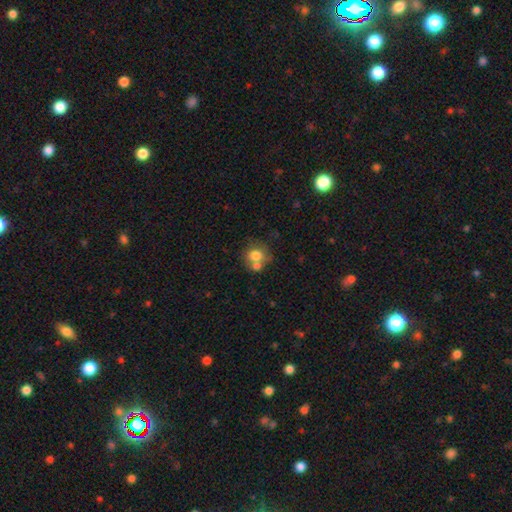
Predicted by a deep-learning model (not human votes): Overall: smooth (75%). How rounded: round (77%). Merging: none (46%; merger 38%).